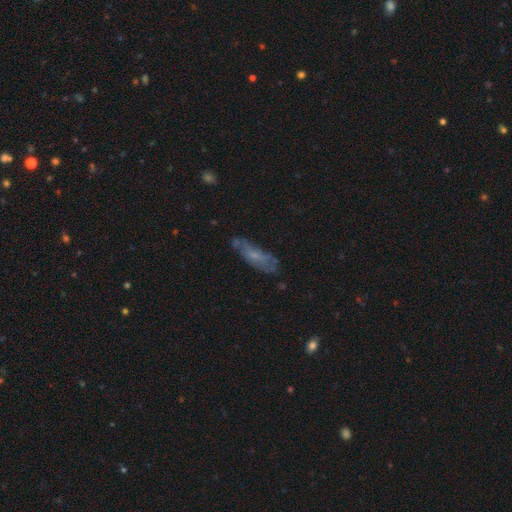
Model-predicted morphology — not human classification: Smooth or featured? featured or disk (49%)
Merging? none (58%)